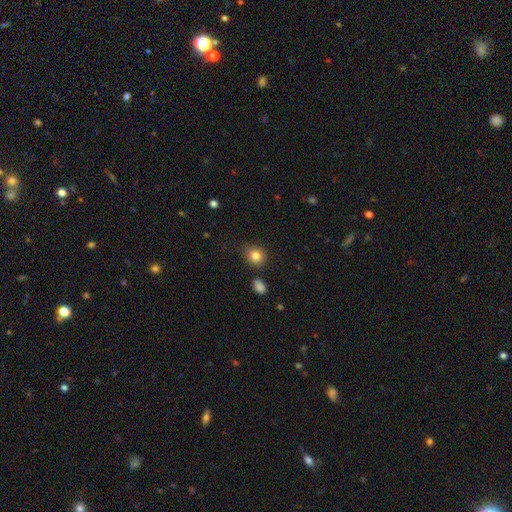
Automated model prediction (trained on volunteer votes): A smooth galaxy with no disk features (84%) that is round (70%).

Vote fractions:
- Smooth or featured? smooth: 84% / star or artifact: 10% / featured or disk: 6%
- How rounded? round: 70% / in between: 29% / cigar-shaped: 1%
- Merging? none: 79% / minor disturbance: 14% / merger: 4% / major disturbance: 4%